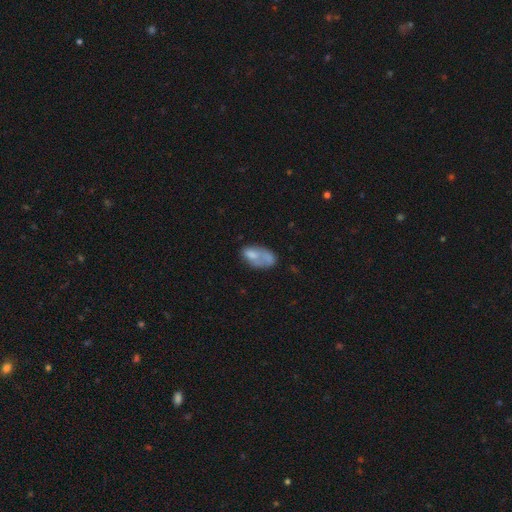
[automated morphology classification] This appears to be a smooth galaxy with no disk features (61%) that is in between round and cigar-shaped (90%). Merging: none (31%).